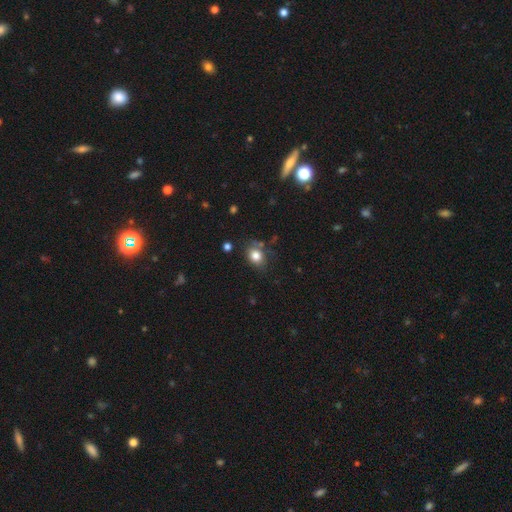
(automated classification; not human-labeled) A smooth galaxy with no disk features (81%) that is in between round and cigar-shaped (63%).

Vote fractions:
- Smooth or featured? smooth: 81% / star or artifact: 10% / featured or disk: 9%
- How rounded? in between: 63% / round: 36% / cigar-shaped: 1%
- Merging? none: 67% / minor disturbance: 21% / major disturbance: 6% / merger: 6%